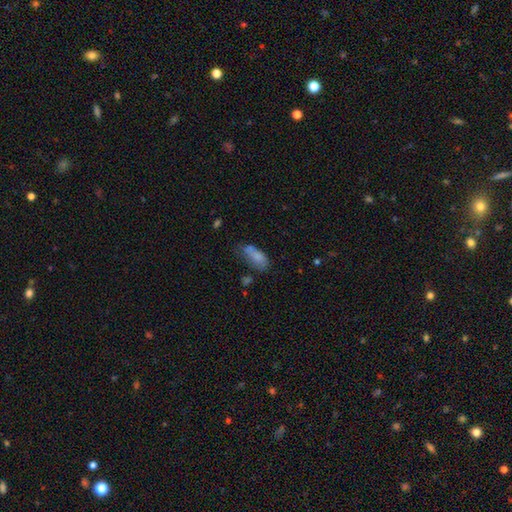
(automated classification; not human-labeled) A smooth galaxy with no disk features (72%) that is in between round and cigar-shaped (78%).

Vote fractions:
- Smooth or featured? smooth: 72% / featured or disk: 18% / star or artifact: 10%
- How rounded? in between: 78% / cigar-shaped: 19% / round: 3%
- Merging? none: 39% / minor disturbance: 29% / major disturbance: 18% / merger: 14%